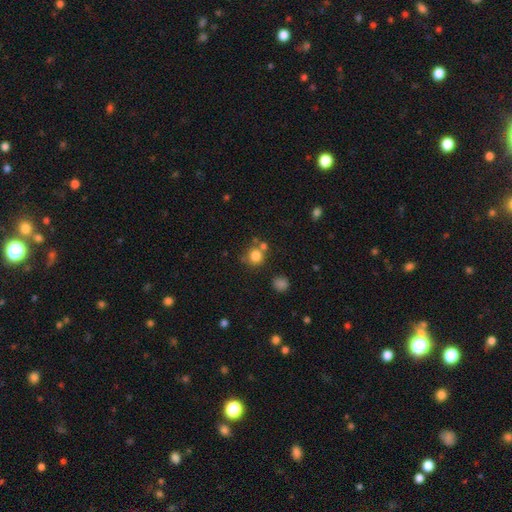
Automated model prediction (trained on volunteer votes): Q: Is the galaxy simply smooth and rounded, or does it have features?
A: smooth — 80%.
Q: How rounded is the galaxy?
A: round — 89%.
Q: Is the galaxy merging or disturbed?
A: none — 64%.